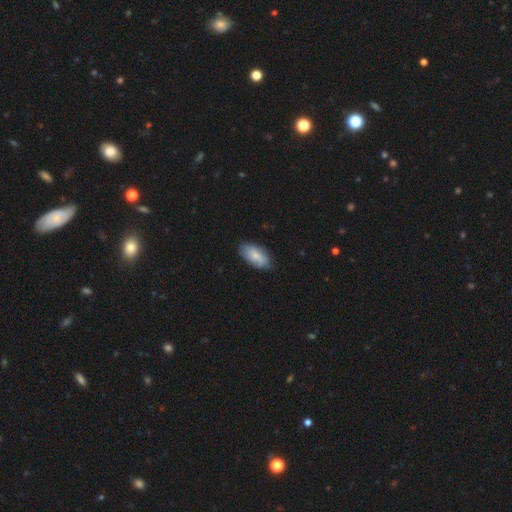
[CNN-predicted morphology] The model was most divided on "merging": none: 75%, minor disturbance: 21%, major disturbance: 3%, merger: 1%. More confident: how rounded — in between (93%); smooth or featured — smooth (74%).